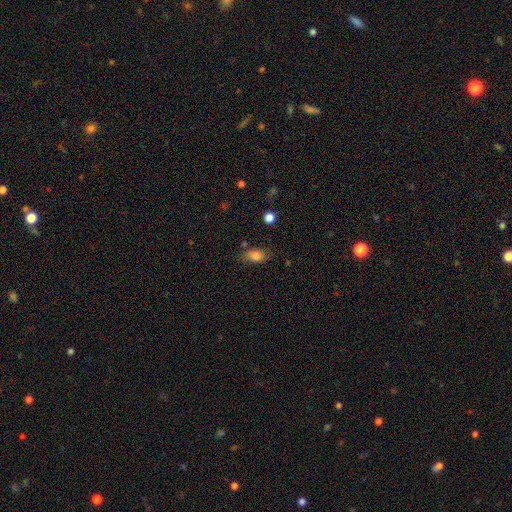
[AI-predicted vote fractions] Morphology: type=smooth (82%); roundness=in between (84%); merging=none (72%).